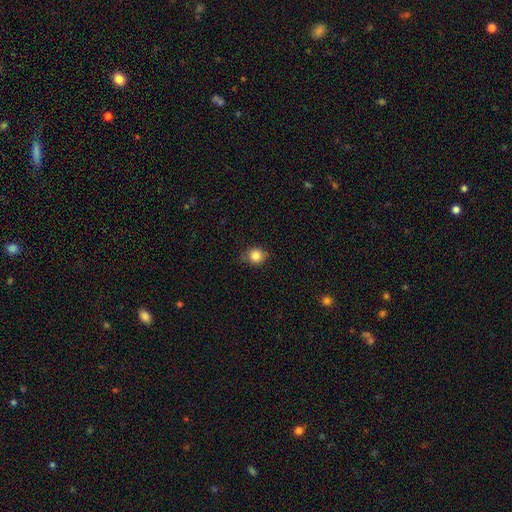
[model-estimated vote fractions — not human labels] Overall: smooth (84%). How rounded: round (84%). Merging: none (78%).